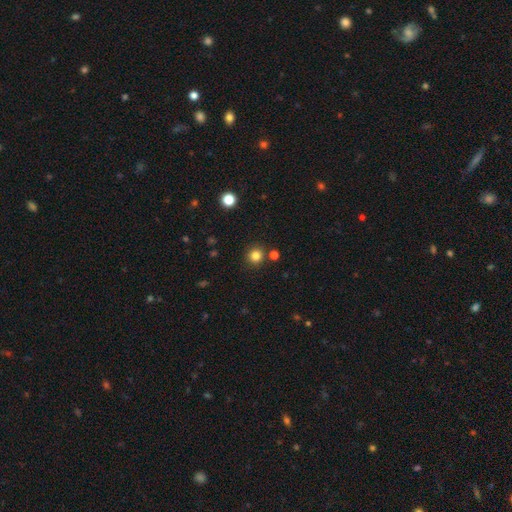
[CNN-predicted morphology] This is clearly a smooth galaxy (82%). How rounded: clearly round (93%). Merging: clearly none (85%).